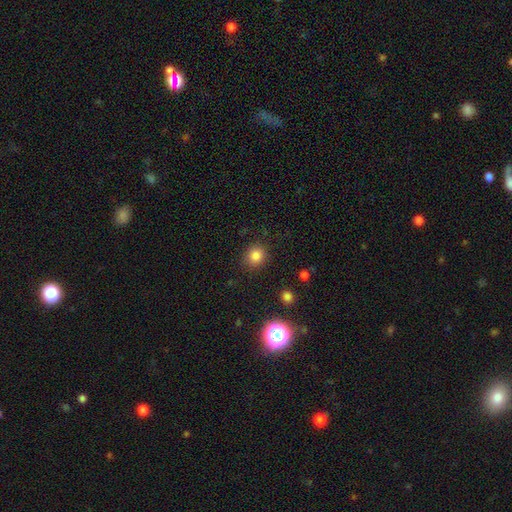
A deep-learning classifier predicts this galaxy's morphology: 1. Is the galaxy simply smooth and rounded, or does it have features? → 83% smooth, 13% star or artifact, 5% featured or disk.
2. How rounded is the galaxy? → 84% round, 15% in between, 1% cigar-shaped.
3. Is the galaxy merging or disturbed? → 88% none, 8% minor disturbance, 3% major disturbance, 1% merger.